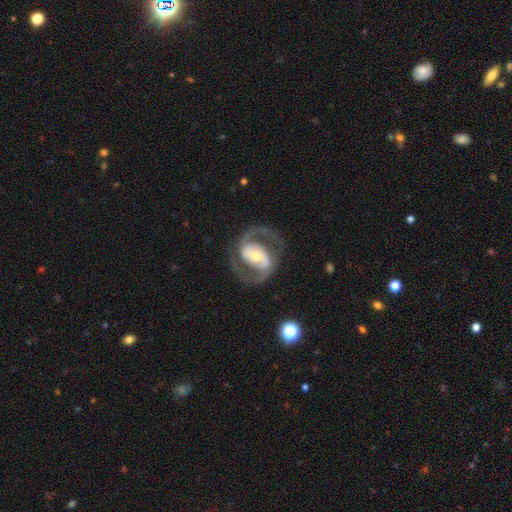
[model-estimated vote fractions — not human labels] Morphology: type=featured or disk (89%); edge-on=no (97%); bar=strong (43%); spiral arms=yes (93%); winding=medium (61%); arm count=2 (93%); bulge=moderate (55%); merging=none (78%).